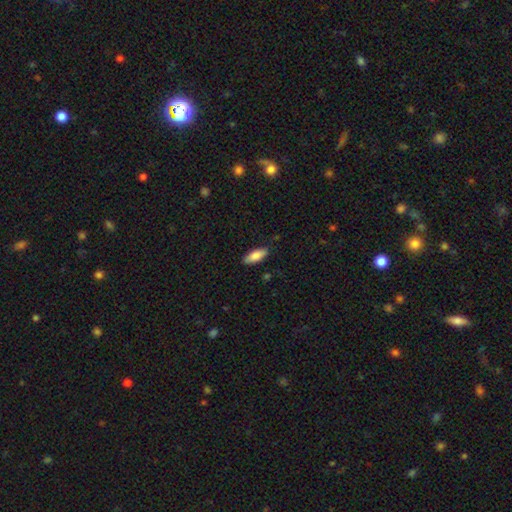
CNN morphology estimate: Overall: smooth (84%). How rounded: in between (78%). Merging: none (85%).